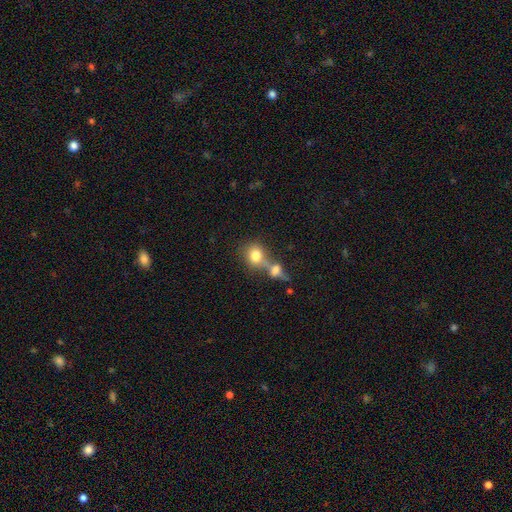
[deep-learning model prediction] smooth_or_featured: smooth (p=0.77) [alt: featured or disk p=0.14]
how_rounded: round (p=0.65) [alt: in between p=0.33]
merging: merger (p=0.51) [alt: none p=0.35]